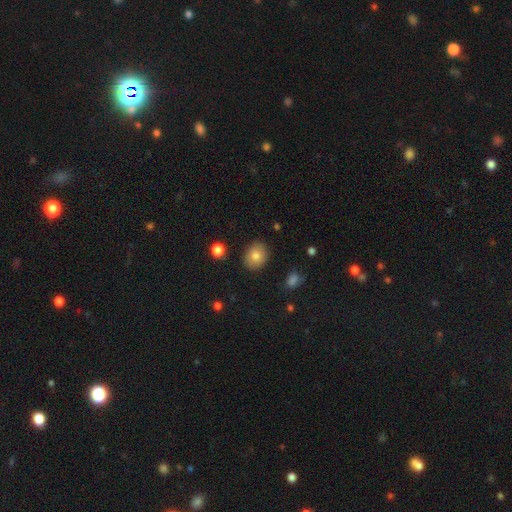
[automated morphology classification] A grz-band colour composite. It shows a smooth galaxy with no disk features (80%) that is round (50%). Merging: none (87%).